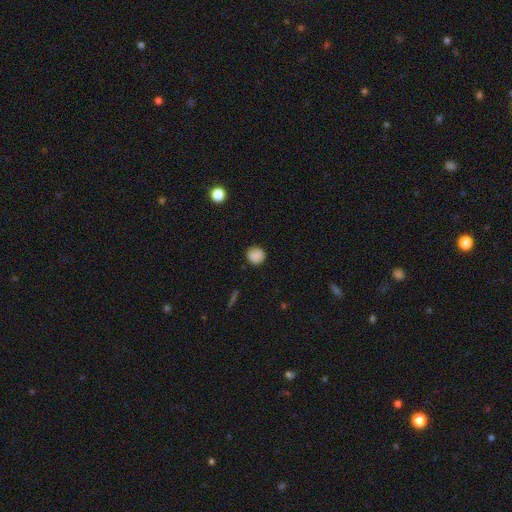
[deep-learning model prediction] This is clearly a smooth galaxy (86%). How rounded: clearly round (88%). Merging: clearly none (86%).